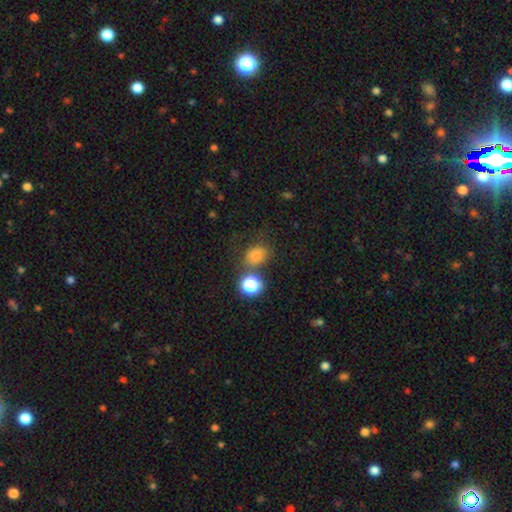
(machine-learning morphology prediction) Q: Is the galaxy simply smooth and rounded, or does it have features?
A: smooth — 74%.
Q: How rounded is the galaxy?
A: in between — 50%.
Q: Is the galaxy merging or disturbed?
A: none — 59%.